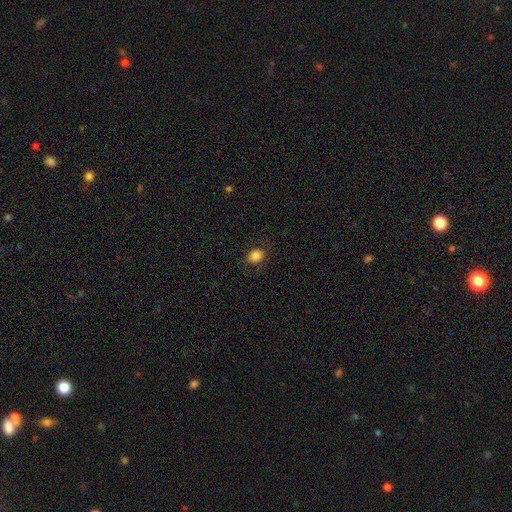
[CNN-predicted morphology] Overall: smooth (84%). How rounded: in between (56%; round 43%). Merging: none (81%).